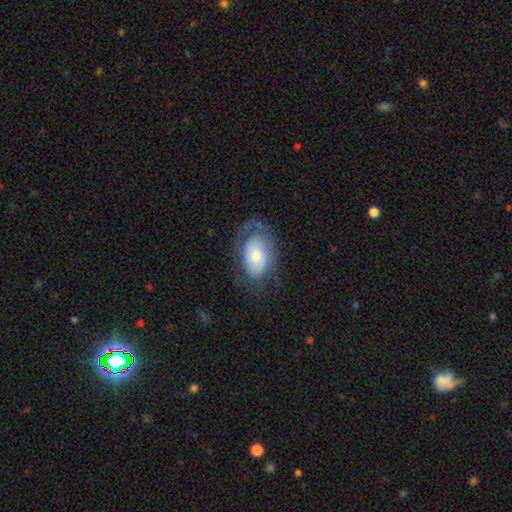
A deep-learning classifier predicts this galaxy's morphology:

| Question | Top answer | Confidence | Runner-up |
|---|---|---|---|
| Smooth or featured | featured or disk | 47% | smooth (46%) |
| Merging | none | 54% | minor disturbance (23%) |